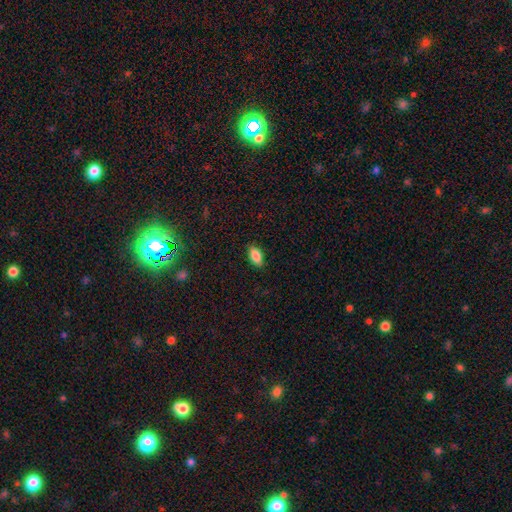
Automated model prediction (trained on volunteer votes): This is clearly a smooth galaxy (87%). How rounded: clearly in between (92%). Merging: clearly none (87%).